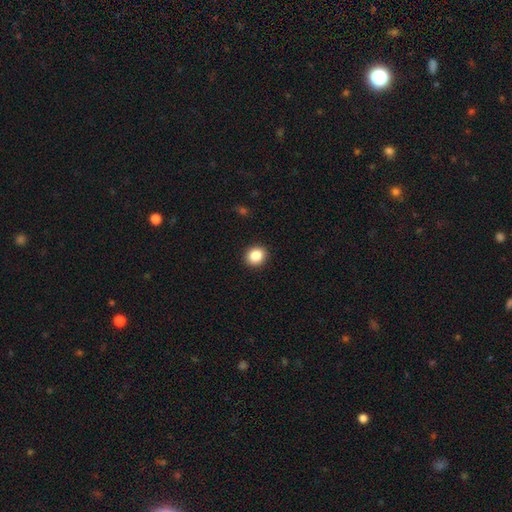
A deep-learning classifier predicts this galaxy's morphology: The model was most divided on "how rounded": round: 77%, in between: 22%, cigar-shaped: 1%. More confident: merging — none (92%); smooth or featured — smooth (87%).